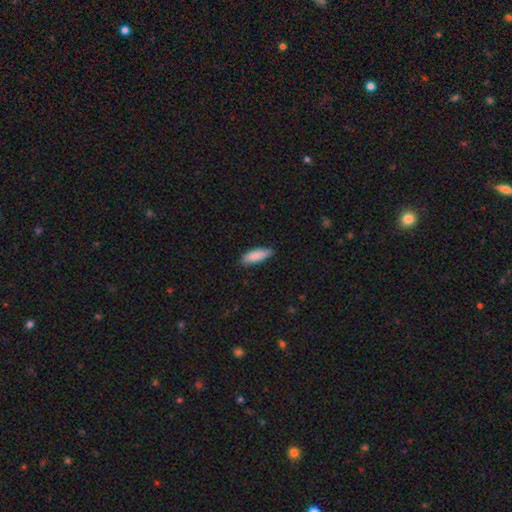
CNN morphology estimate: Overall: smooth (87%). How rounded: in between (56%; cigar-shaped 42%). Merging: none (82%).